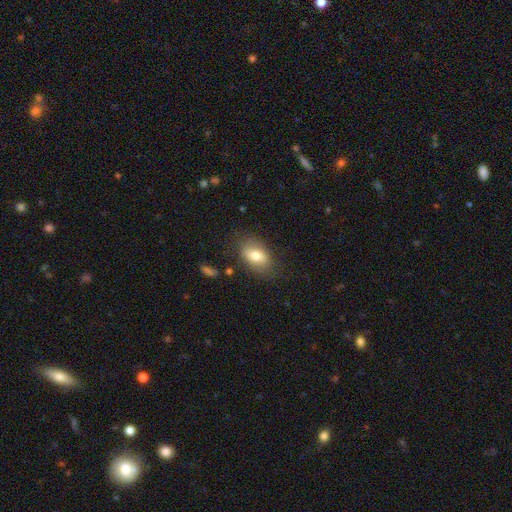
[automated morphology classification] type=smooth (76%); roundness=in between (88%); merging=none (75%).